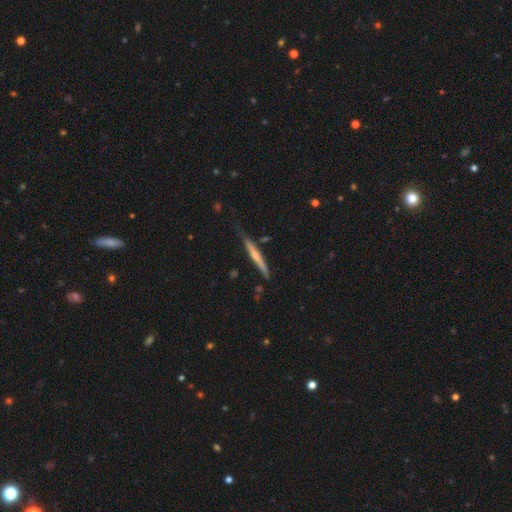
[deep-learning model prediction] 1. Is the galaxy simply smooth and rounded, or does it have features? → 56% featured or disk, 38% smooth, 6% star or artifact.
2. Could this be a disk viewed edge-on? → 96% yes, 4% no.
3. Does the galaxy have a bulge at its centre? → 62% rounded, 32% none, 6% boxy.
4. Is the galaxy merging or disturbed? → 71% none, 22% minor disturbance, 4% major disturbance, 3% merger.